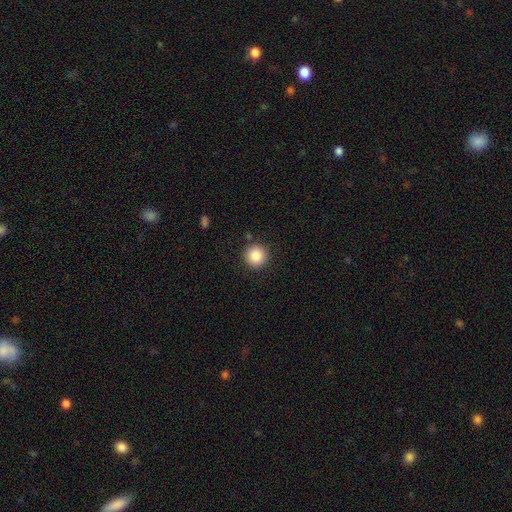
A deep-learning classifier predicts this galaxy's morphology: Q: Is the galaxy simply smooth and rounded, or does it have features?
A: smooth — 86%.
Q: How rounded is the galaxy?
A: round — 95%.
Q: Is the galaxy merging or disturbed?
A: none — 89%.